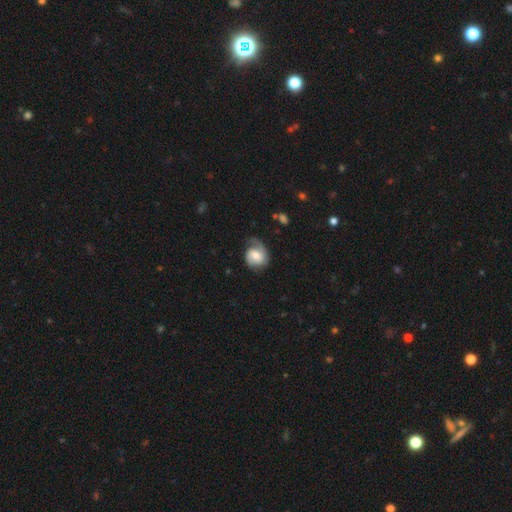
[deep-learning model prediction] Q: Smooth or featured?
A: featured or disk (64%); runner-up: smooth (30%)
Q: Edge-on disk?
A: no (97%); runner-up: yes (3%)
Q: Bar?
A: no (50%); runner-up: weak (40%)
Q: Spiral arms?
A: yes (91%); runner-up: no (9%)
Q: Spiral winding?
A: medium (39%); runner-up: tight (37%)
Q: Spiral arm count?
A: 2 (53%); runner-up: 1 (37%)
Q: Bulge size?
A: moderate (62%); runner-up: small (24%)
Q: Merging?
A: none (57%); runner-up: minor disturbance (27%)